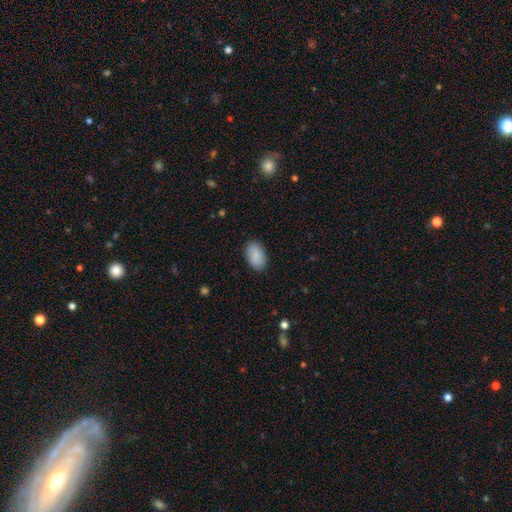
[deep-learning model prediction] A smooth galaxy with no disk features (90%) that is in between round and cigar-shaped (92%). Merging: none (88%).